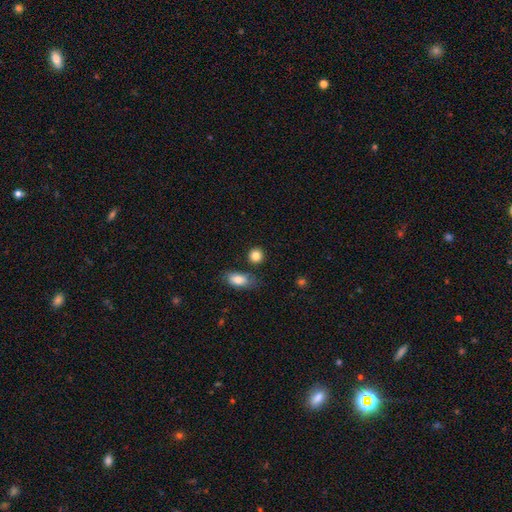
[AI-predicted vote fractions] smooth-or-featured: smooth: 84% | star or artifact: 9% | featured or disk: 6%
  how-rounded: round: 81% | in between: 17% | cigar-shaped: 2%
  merging: none: 79% | minor disturbance: 10% | merger: 8% | major disturbance: 3%